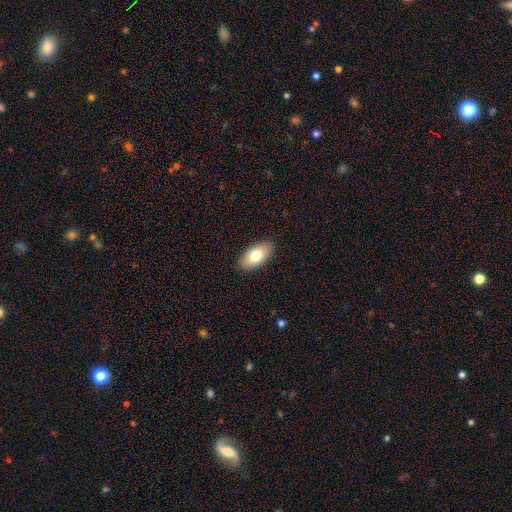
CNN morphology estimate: This is likely a smooth galaxy (77%). How rounded: clearly in between (94%). Merging: clearly none (89%).